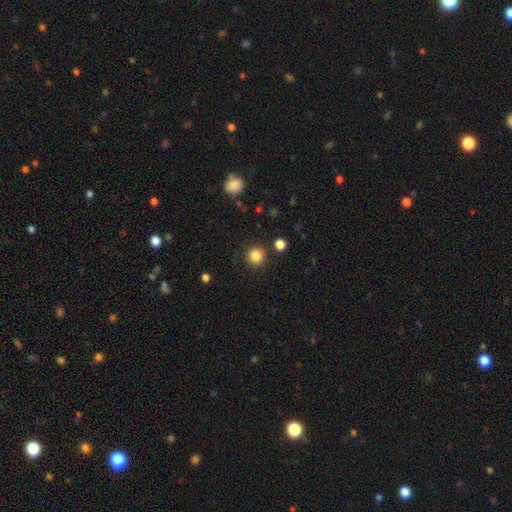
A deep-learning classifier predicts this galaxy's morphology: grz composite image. It shows a smooth galaxy with no disk features (85%) that is round (94%). Merging: none (89%).